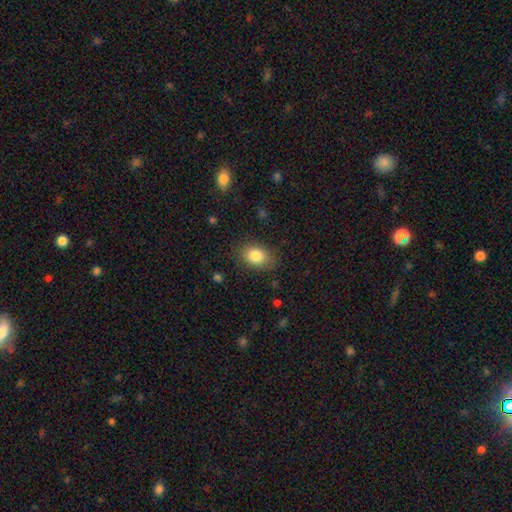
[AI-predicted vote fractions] Overall: smooth (84%). How rounded: in between (72%). Merging: none (81%).